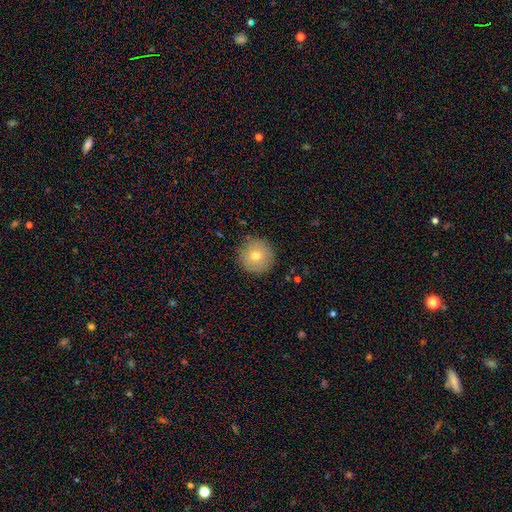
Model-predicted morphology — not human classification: Smooth or featured? Predicted: smooth (p=0.75). How rounded? Predicted: round (p=0.96). Merging? Predicted: none (p=0.89).